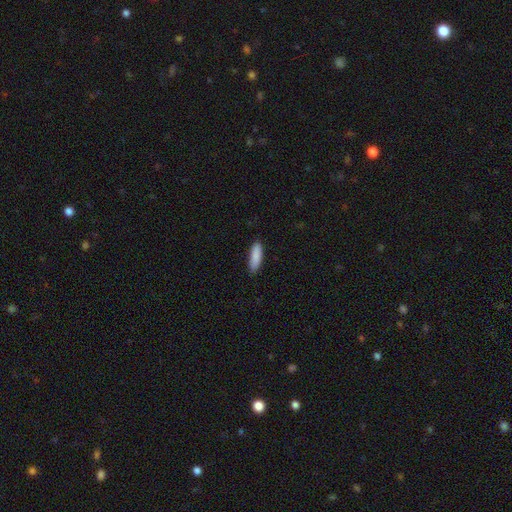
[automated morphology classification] Q: Smooth or featured?
A: smooth (89%); runner-up: star or artifact (6%)
Q: How rounded?
A: cigar-shaped (54%); runner-up: in between (44%)
Q: Merging?
A: none (87%); runner-up: minor disturbance (10%)